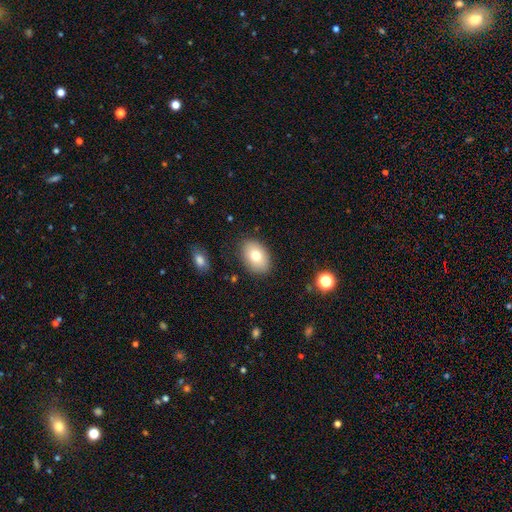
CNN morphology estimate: smooth-or-featured: smooth: 74% | featured or disk: 17% | star or artifact: 9%
  how-rounded: in between: 82% | round: 17% | cigar-shaped: 1%
  merging: none: 86% | minor disturbance: 10% | major disturbance: 3% | merger: 1%